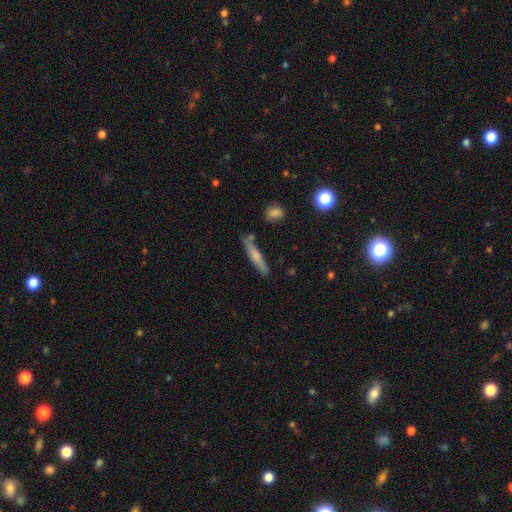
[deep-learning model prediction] This is likely a smooth galaxy (61%). How rounded: clearly cigar-shaped (89%). Merging: likely none (77%).